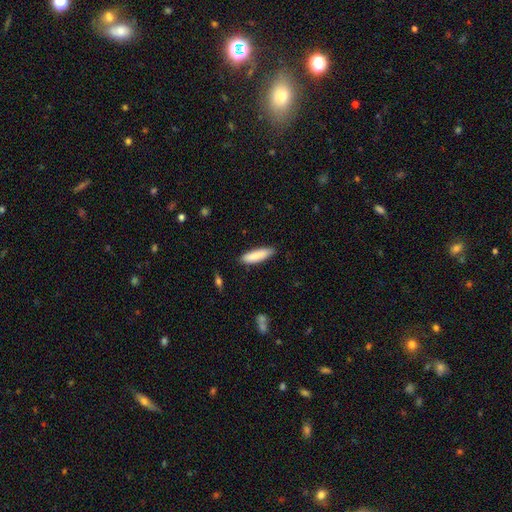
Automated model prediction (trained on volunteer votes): smooth-or-featured: smooth: 86% | featured or disk: 8% | star or artifact: 6%
  how-rounded: cigar-shaped: 63% | in between: 36% | round: 1%
  merging: none: 84% | minor disturbance: 12% | major disturbance: 2% | merger: 1%